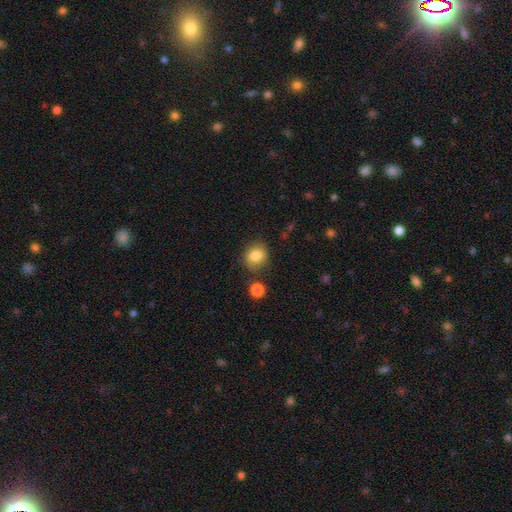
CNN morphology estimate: The model was most divided on "how rounded": round: 69%, in between: 29%, cigar-shaped: 1%. More confident: smooth or featured — smooth (83%); merging — none (80%).